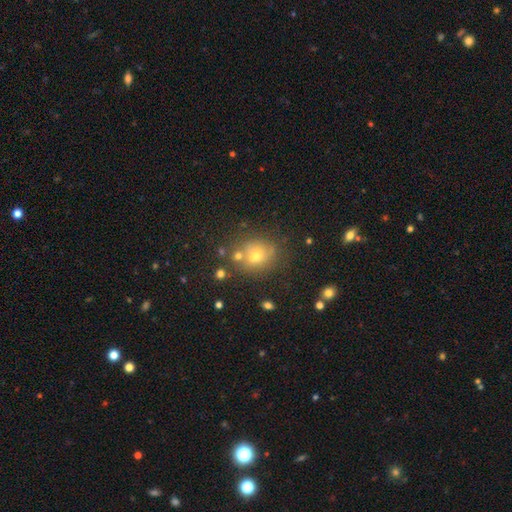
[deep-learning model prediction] smooth 67%, star or artifact 20%, featured or disk 13%. Down the decision tree: how rounded — round (77%); merging — none (71%).